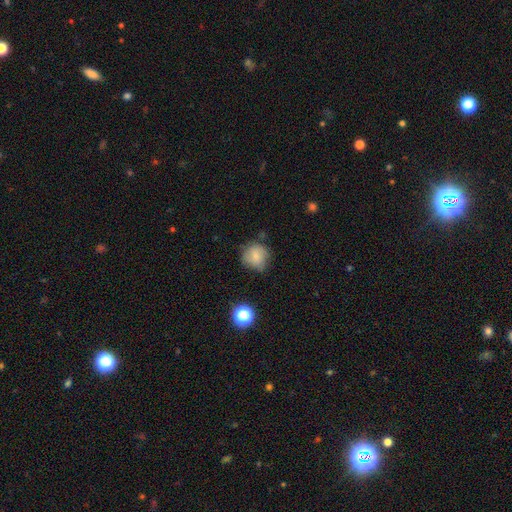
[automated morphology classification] Smooth or featured? smooth (79%)
How rounded? round (87%)
Merging? none (66%)